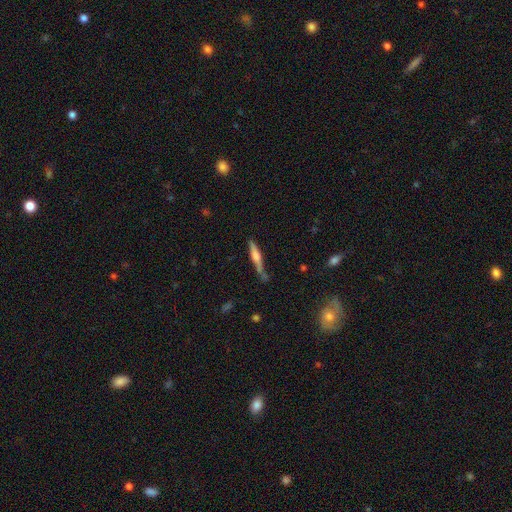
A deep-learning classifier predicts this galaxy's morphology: A featured or disk galaxy (56%) viewed edge-on (96%) with a rounded central bulge (74%). Merging: none (70%).